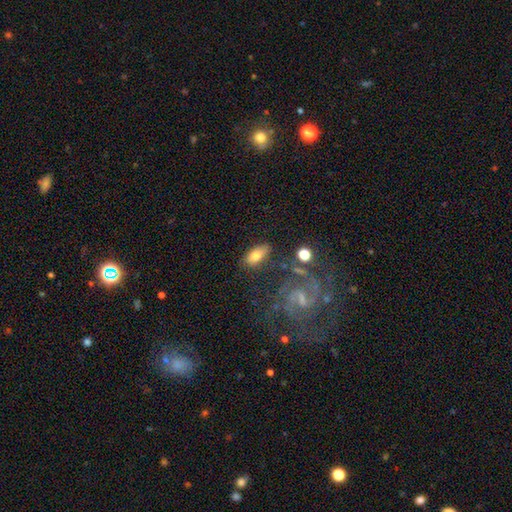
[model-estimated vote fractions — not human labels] Q: Smooth or featured?
A: smooth (72%); runner-up: featured or disk (18%)
Q: How rounded?
A: in between (86%); runner-up: cigar-shaped (9%)
Q: Merging?
A: none (74%); runner-up: minor disturbance (15%)